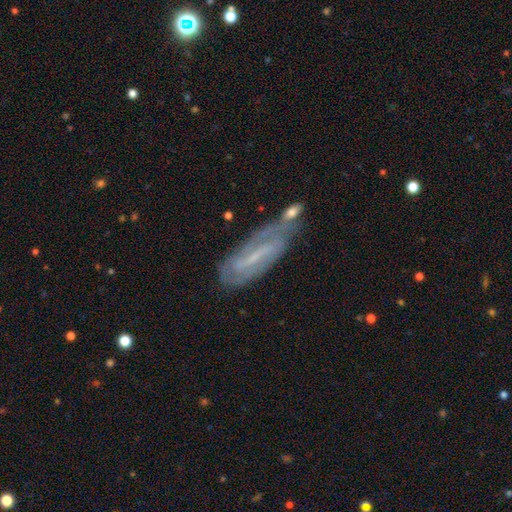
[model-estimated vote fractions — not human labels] The model was most divided on "bar": strong: 42%, weak: 40%, no: 17%. More confident: edge-on disk — no (82%); spiral arms — yes (78%); smooth or featured — featured or disk (68%); bulge size — small (57%); merging — none (50%).